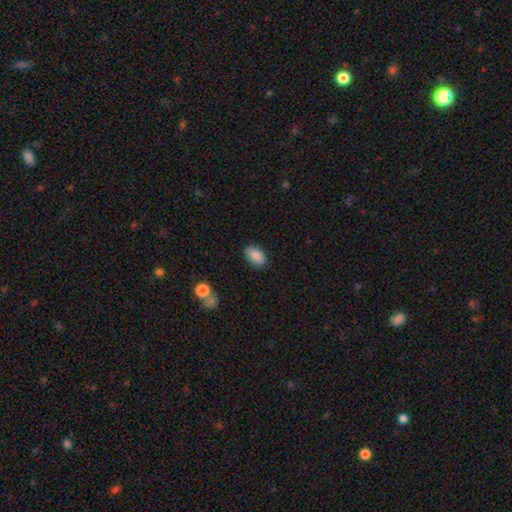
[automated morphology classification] Q: Smooth or featured?
A: smooth (87%); runner-up: star or artifact (7%)
Q: How rounded?
A: in between (90%); runner-up: round (9%)
Q: Merging?
A: none (86%); runner-up: minor disturbance (10%)